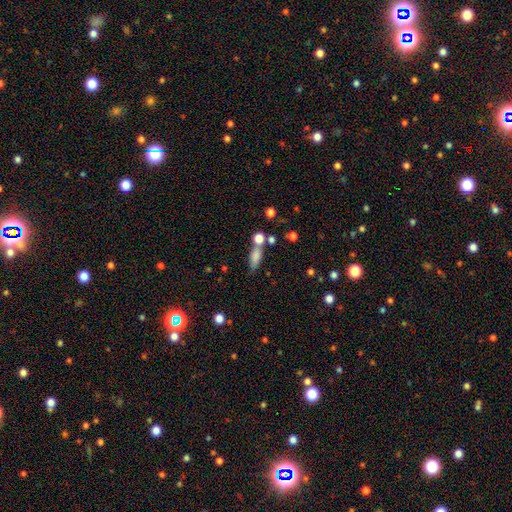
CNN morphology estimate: Smooth or featured?
  - smooth: 78% *
  - featured or disk: 12%
  - star or artifact: 10%
How rounded?
  - in between: 63% *
  - cigar-shaped: 29%
  - round: 8%
Merging?
  - none: 54% *
  - merger: 24%
  - minor disturbance: 15%
  - major disturbance: 6%